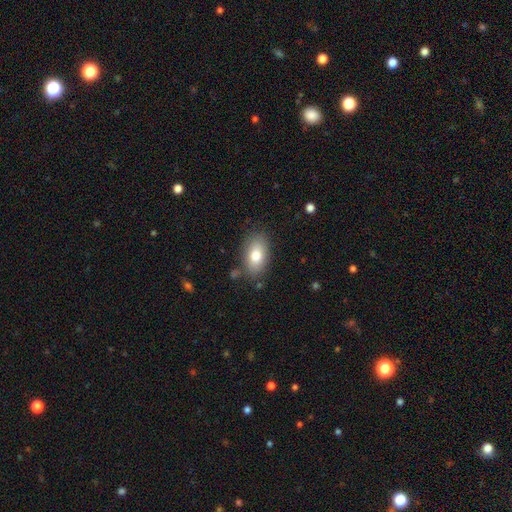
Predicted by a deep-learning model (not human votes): Smooth or featured?
  - smooth: 78% *
  - featured or disk: 14%
  - star or artifact: 8%
How rounded?
  - in between: 91% *
  - round: 7%
  - cigar-shaped: 2%
Merging?
  - none: 80% *
  - minor disturbance: 13%
  - major disturbance: 4%
  - merger: 3%